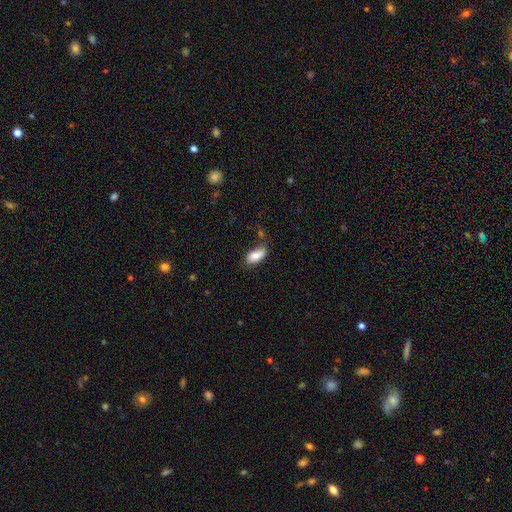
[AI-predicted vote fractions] smooth 80%, featured or disk 13%, star or artifact 7%. Down the decision tree: how rounded — in between (90%); merging — none (52%).